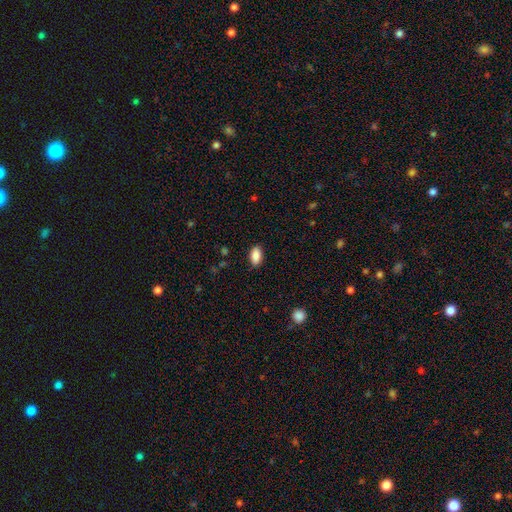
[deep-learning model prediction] smooth_or_featured: smooth (p=0.89) [alt: star or artifact p=0.07]
how_rounded: in between (p=0.92) [alt: round p=0.04]
merging: none (p=0.87) [alt: minor disturbance p=0.09]